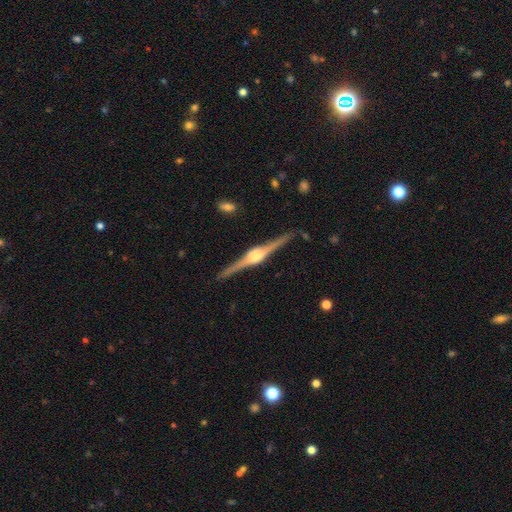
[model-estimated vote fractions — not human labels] This is clearly a featured or disk galaxy (89%). It is clearly viewed edge-on (98%). Edge-on bulge: clearly rounded (83%). Merging: clearly none (89%).